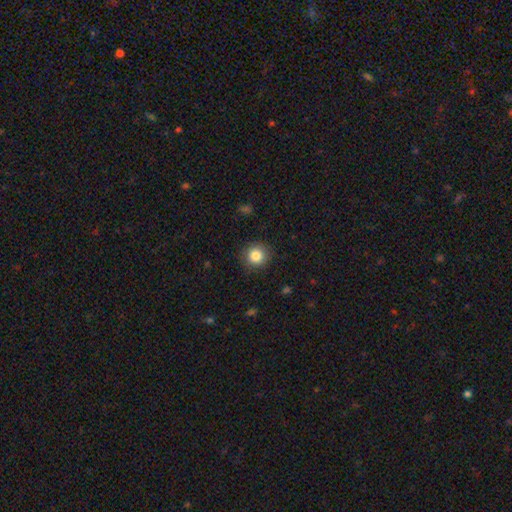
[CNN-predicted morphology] This appears to be a smooth galaxy with no disk features (84%) that is round (91%). Merging: none (88%).